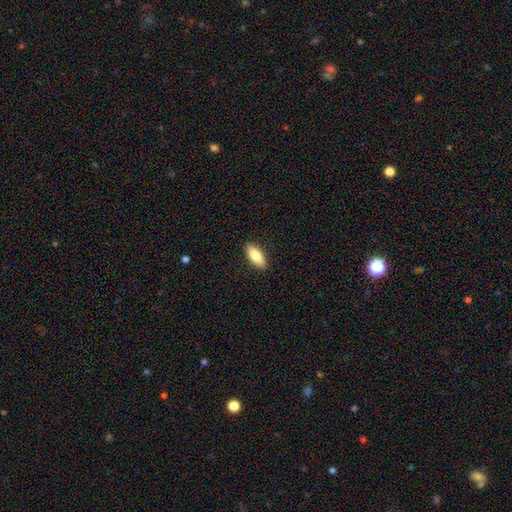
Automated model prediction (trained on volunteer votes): Smooth or featured: smooth — 83% (featured or disk — 11%)
How rounded: in between — 82% (cigar-shaped — 16%)
Merging: none — 89% (minor disturbance — 8%)